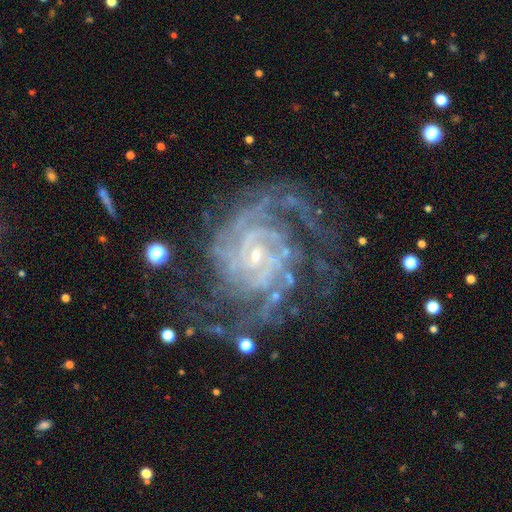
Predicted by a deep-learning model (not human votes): smooth-or-featured: featured or disk: 91% | star or artifact: 6% | smooth: 3%
  disk-edge-on: no: 98% | yes: 2%
    bar: no: 57% | weak: 32% | strong: 11%
    has-spiral-arms: yes: 98% | no: 2%
      spiral-winding: tight: 65% | medium: 30% | loose: 6%
      spiral-arm-count: 2: 24% | can't tell: 20% | 4: 18% | 3: 18% | more than 4: 11% | 1: 8%
    bulge-size: small: 84% | moderate: 10% | none: 4% | large: 1% | dominant: 1%
  merging: none: 65% | minor disturbance: 18% | major disturbance: 14% | merger: 2%